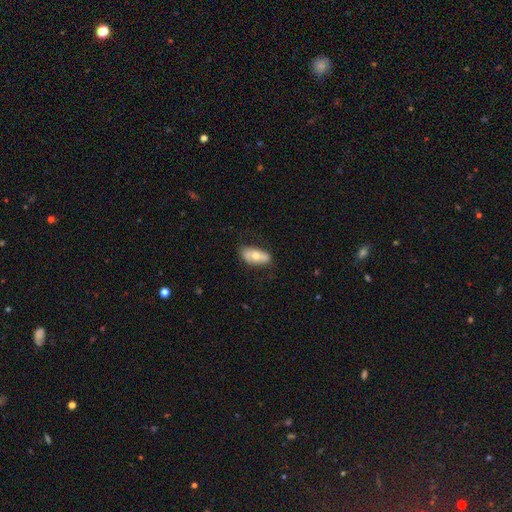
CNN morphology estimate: Smooth or featured?
  - smooth: 57% *
  - featured or disk: 37%
  - star or artifact: 6%
How rounded?
  - in between: 86% *
  - cigar-shaped: 10%
  - round: 4%
Merging?
  - none: 73% *
  - minor disturbance: 20%
  - major disturbance: 5%
  - merger: 2%